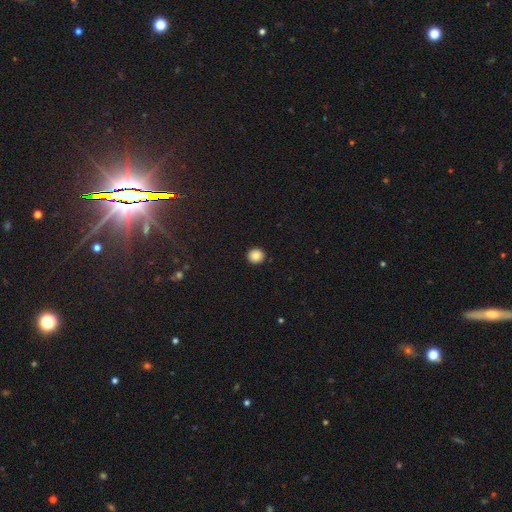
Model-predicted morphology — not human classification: The model was most divided on "smooth or featured": smooth: 85%, star or artifact: 10%, featured or disk: 5%. More confident: merging — none (92%); how rounded — round (92%).